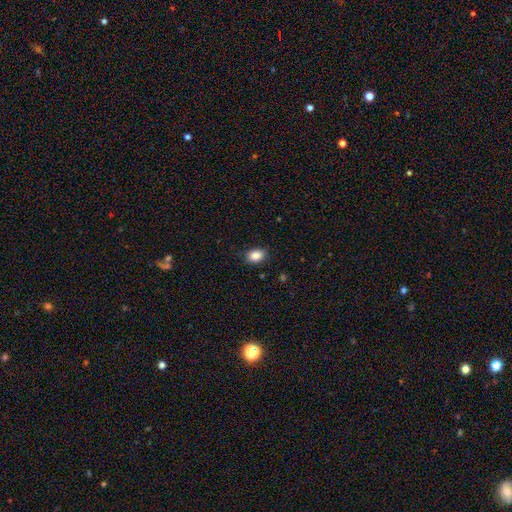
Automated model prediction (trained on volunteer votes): Smooth or featured? Predicted: smooth (p=0.86). How rounded? Predicted: in between (p=0.75). Merging? Predicted: none (p=0.86).